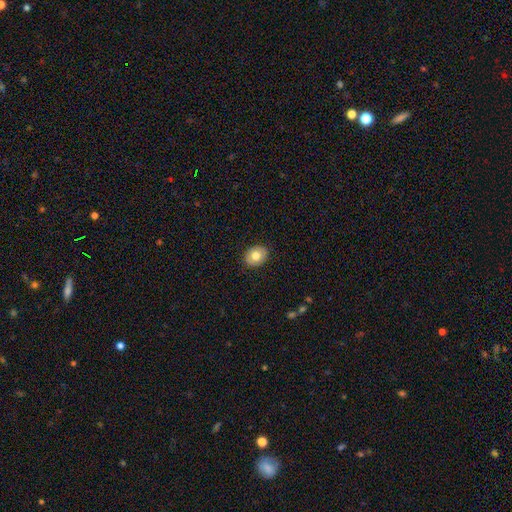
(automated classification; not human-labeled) smooth-or-featured: smooth: 78% | featured or disk: 14% | star or artifact: 8%
  how-rounded: in between: 54% | round: 45% | cigar-shaped: 1%
  merging: none: 89% | minor disturbance: 8% | major disturbance: 2% | merger: 1%